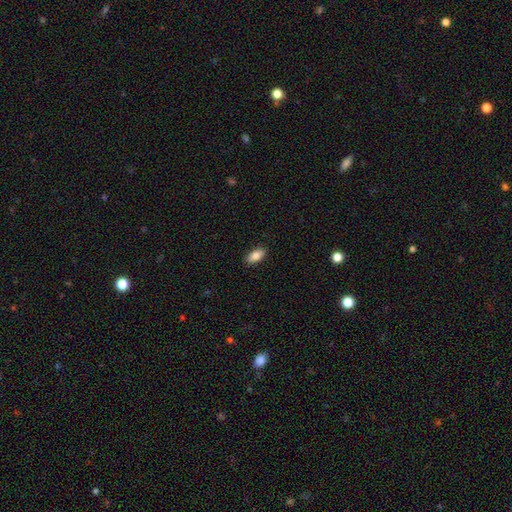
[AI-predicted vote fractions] smooth_or_featured: smooth (p=0.82) [alt: featured or disk p=0.12]
how_rounded: in between (p=0.91) [alt: cigar-shaped p=0.06]
merging: none (p=0.89) [alt: minor disturbance p=0.09]